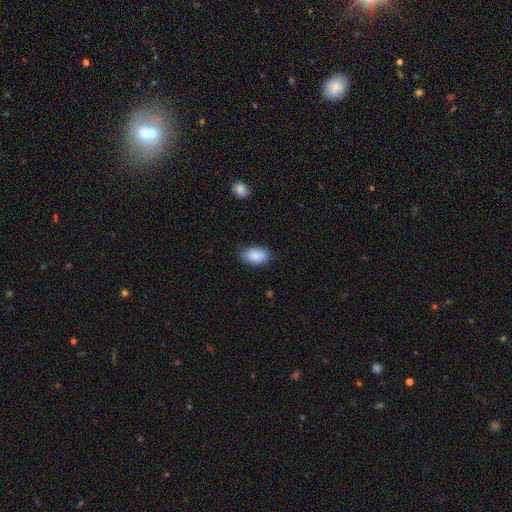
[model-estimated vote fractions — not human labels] Smooth or featured?
  - smooth: 88% *
  - star or artifact: 7%
  - featured or disk: 5%
How rounded?
  - in between: 93% *
  - round: 4%
  - cigar-shaped: 3%
Merging?
  - none: 75% *
  - minor disturbance: 20%
  - major disturbance: 4%
  - merger: 1%